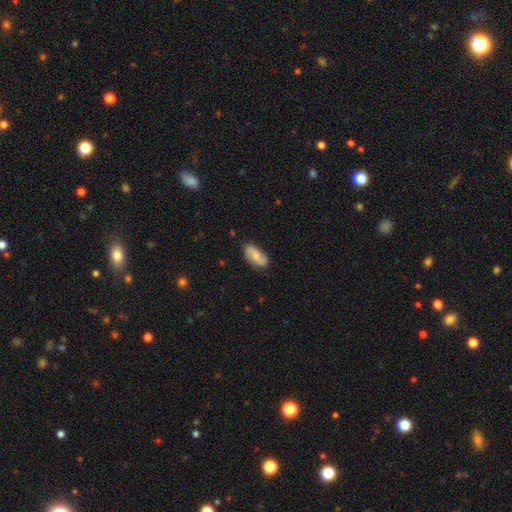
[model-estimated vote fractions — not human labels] The model was most divided on "smooth or featured": featured or disk: 52%, smooth: 42%, star or artifact: 6%. More confident: edge-on disk — no (94%); merging — none (80%).